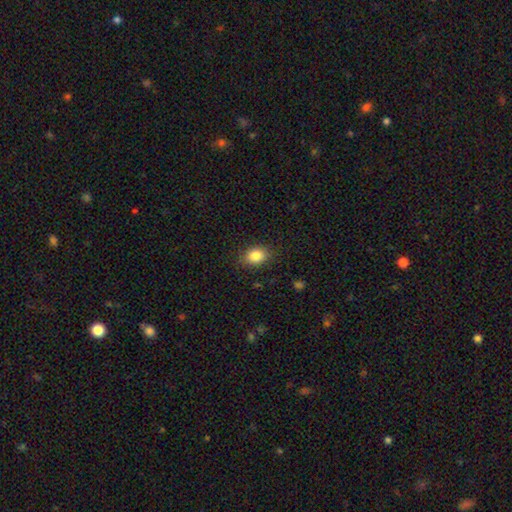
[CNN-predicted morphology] A smooth galaxy with no disk features (85%) that is in between round and cigar-shaped (71%).

Vote fractions:
- Smooth or featured? smooth: 85% / star or artifact: 9% / featured or disk: 6%
- How rounded? in between: 71% / round: 28% / cigar-shaped: 1%
- Merging? none: 85% / minor disturbance: 11% / major disturbance: 3% / merger: 1%